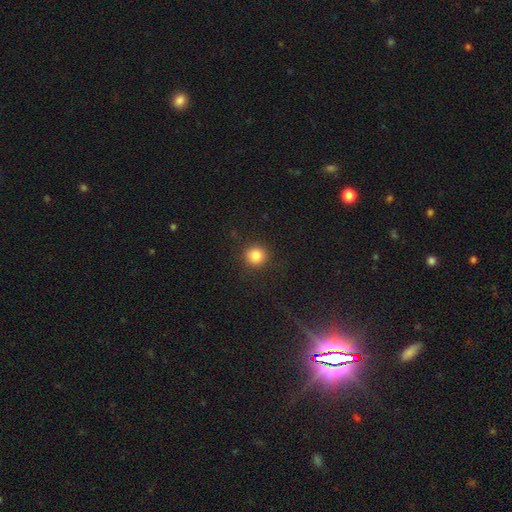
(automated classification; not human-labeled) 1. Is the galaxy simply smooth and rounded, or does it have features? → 84% smooth, 11% star or artifact, 5% featured or disk.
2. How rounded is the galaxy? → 93% round, 6% in between, 1% cigar-shaped.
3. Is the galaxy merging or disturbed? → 91% none, 6% minor disturbance, 3% major disturbance, 1% merger.